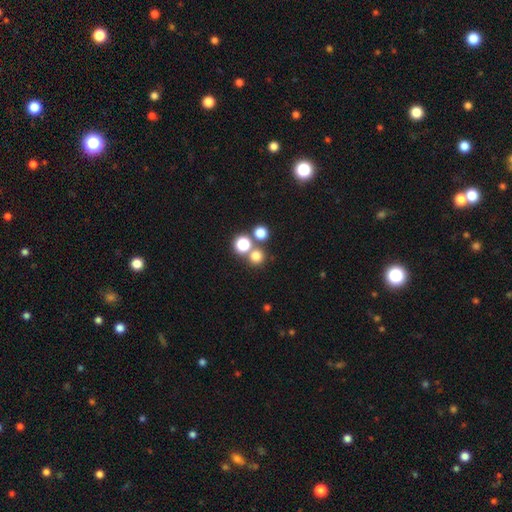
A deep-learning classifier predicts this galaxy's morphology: Smooth or featured: smooth — 73% (star or artifact — 19%)
How rounded: round — 92% (in between — 7%)
Merging: none — 64% (merger — 26%)